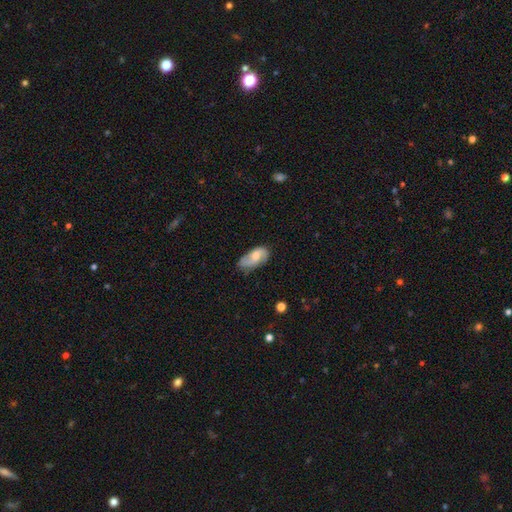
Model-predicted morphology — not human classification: The model was most divided on "smooth or featured": smooth: 48%, featured or disk: 46%, star or artifact: 7%. More confident: merging — none (60%).